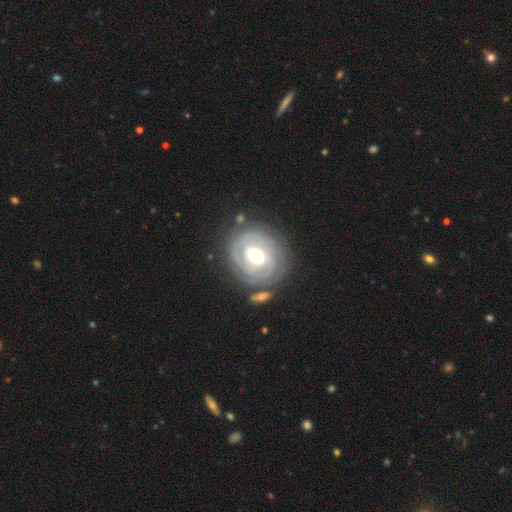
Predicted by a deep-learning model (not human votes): The model was most divided on "spiral arm count" (2-way tie): 2: 35%, can't tell: 35%, 3: 15%, 4: 6%, 1: 5%, more than 4: 4%. Remaining: edge-on disk — no (97%); spiral arms — yes (89%); smooth or featured — featured or disk (81%); spiral winding — tight (81%); merging — none (74%); bulge size — moderate (72%); bar — weak (49%).